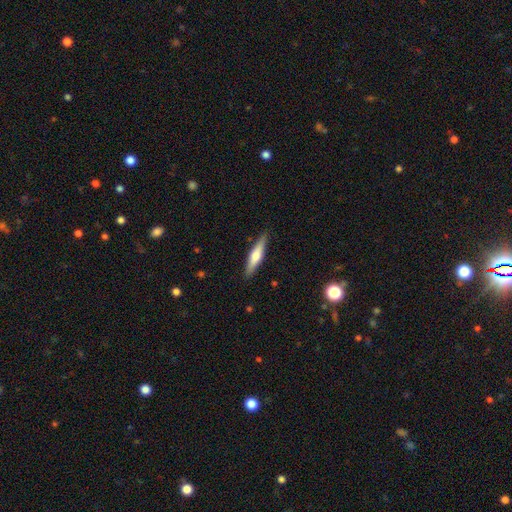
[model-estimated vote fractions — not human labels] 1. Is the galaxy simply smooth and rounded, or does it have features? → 50% smooth, 44% featured or disk, 6% star or artifact.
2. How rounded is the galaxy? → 81% cigar-shaped, 17% in between, 2% round.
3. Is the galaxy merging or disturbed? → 89% none, 8% minor disturbance, 2% major disturbance, 1% merger.